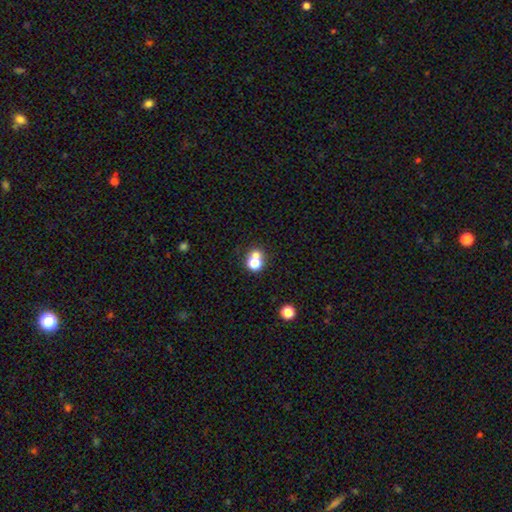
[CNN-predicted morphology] The model was most divided on "merging": merger: 47%, none: 42%, minor disturbance: 7%, major disturbance: 5%. More confident: how rounded — round (78%); smooth or featured — smooth (68%).